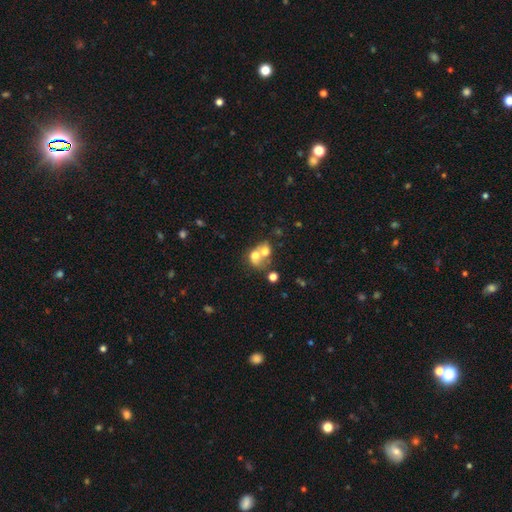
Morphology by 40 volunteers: Smooth or featured?
  - smooth: 70% *
  - featured or disk: 28%
  - star or artifact: 2%
How rounded?
  - round: 61% *
  - in between: 39%
  - cigar-shaped: 0%
Merging?
  - merger: 74% *
  - none: 15%
  - minor disturbance: 5%
  - major disturbance: 5%